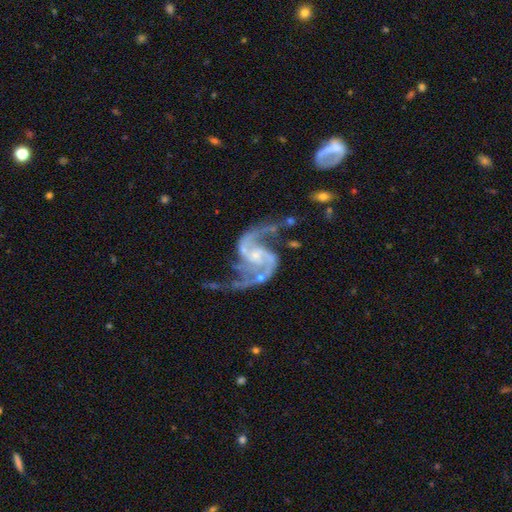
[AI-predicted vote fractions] This appears to be a featured or disk galaxy (94%) with no bar (48%), 2 (92%) medium (46%, tied with loose) spiral arms (98%) and a small central bulge (65%). Merging: none (61%).